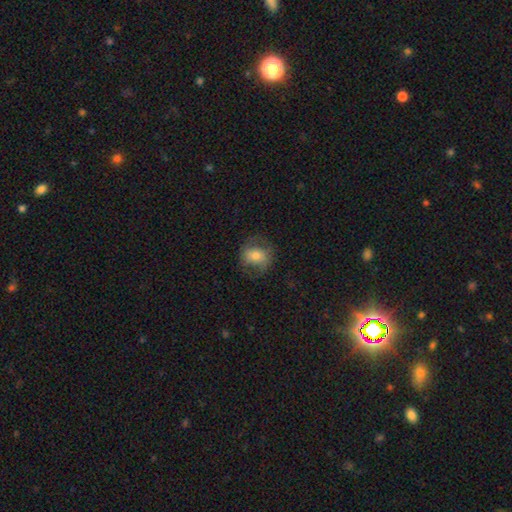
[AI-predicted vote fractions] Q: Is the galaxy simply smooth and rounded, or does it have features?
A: smooth — 63%.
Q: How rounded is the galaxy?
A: round — 61%.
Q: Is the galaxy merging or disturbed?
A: none — 70%.